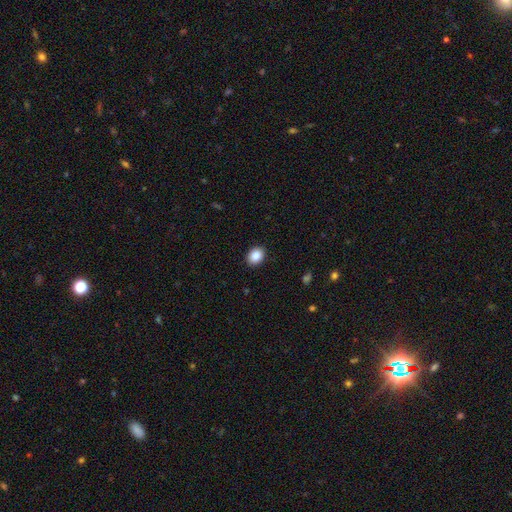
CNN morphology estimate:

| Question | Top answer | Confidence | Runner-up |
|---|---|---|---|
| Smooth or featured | smooth | 89% | star or artifact (8%) |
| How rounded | in between | 60% | round (39%) |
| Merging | none | 90% | minor disturbance (7%) |